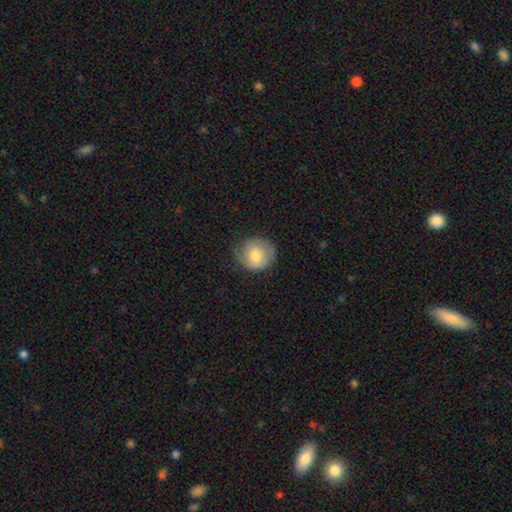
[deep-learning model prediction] Q: Smooth or featured?
A: smooth (72%); runner-up: featured or disk (21%)
Q: How rounded?
A: round (82%); runner-up: in between (17%)
Q: Merging?
A: none (65%); runner-up: minor disturbance (26%)